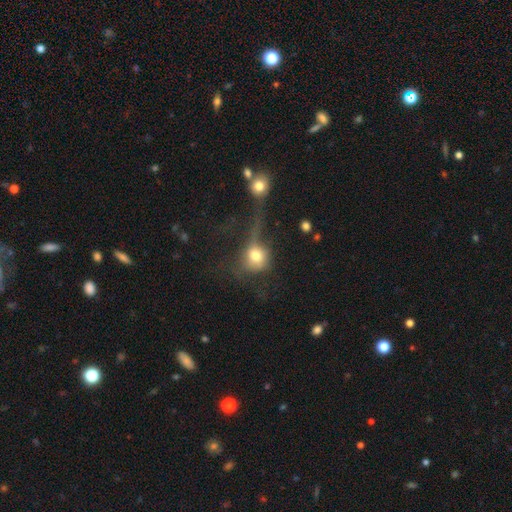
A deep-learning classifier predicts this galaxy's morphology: type=smooth (65%); roundness=round (75%); merging=major disturbance (43%).